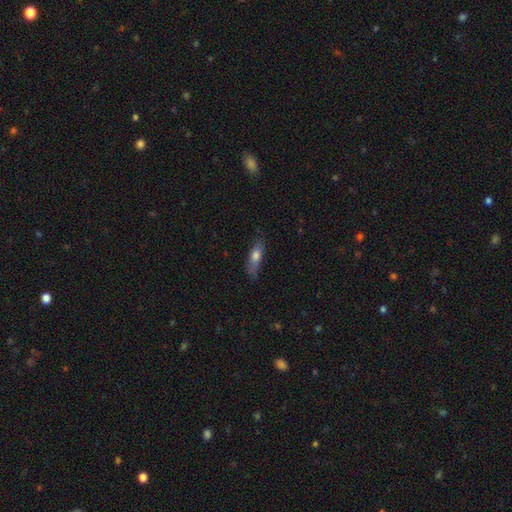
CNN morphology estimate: Smooth or featured?
  - smooth: 66% *
  - featured or disk: 26%
  - star or artifact: 8%
How rounded?
  - cigar-shaped: 56% *
  - in between: 41%
  - round: 3%
Merging?
  - none: 70% *
  - minor disturbance: 22%
  - major disturbance: 6%
  - merger: 2%